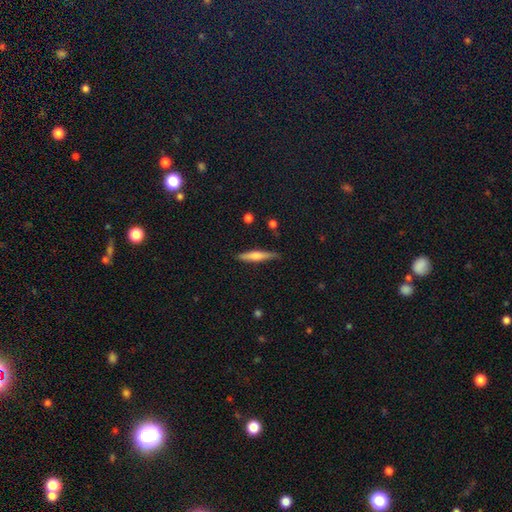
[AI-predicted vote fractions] A smooth galaxy with no disk features (54%) that is cigar-shaped (87%). Merging: none (82%).